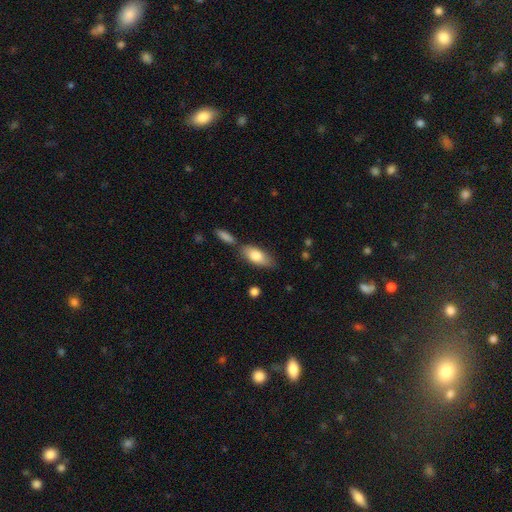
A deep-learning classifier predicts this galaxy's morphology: Smooth or featured? smooth (78%)
How rounded? in between (83%)
Merging? none (66%)